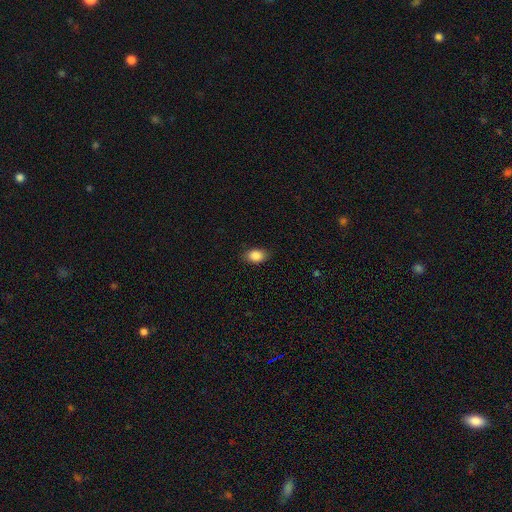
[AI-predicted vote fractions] Overall: smooth (88%). How rounded: in between (81%). Merging: none (84%).